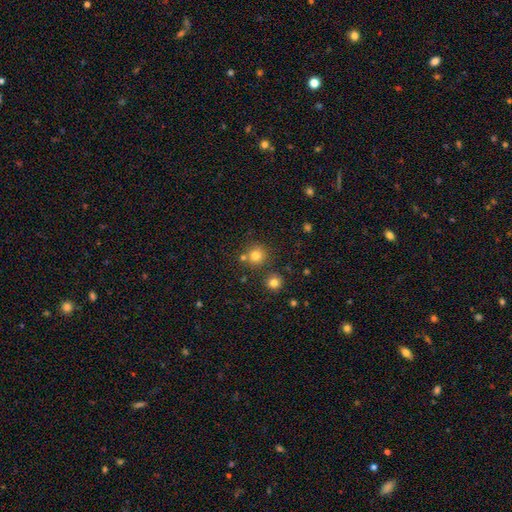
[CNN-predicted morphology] Smooth or featured? smooth (78%)
How rounded? round (92%)
Merging? none (76%)